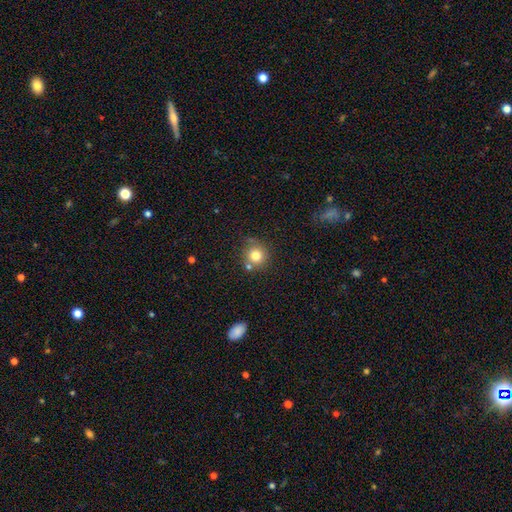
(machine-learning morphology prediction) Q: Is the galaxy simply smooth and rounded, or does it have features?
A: smooth — 79%.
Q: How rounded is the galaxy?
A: round — 90%.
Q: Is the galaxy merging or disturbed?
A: none — 69%.